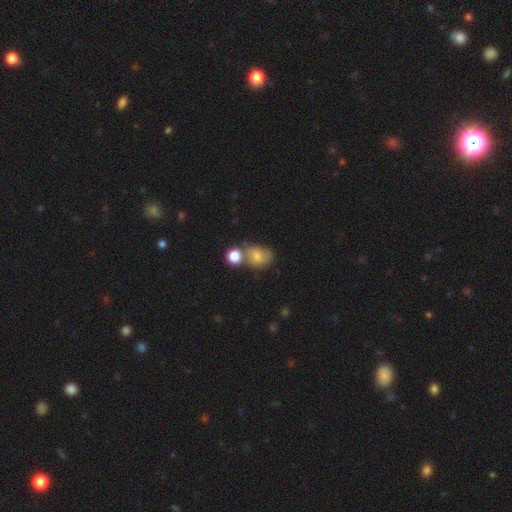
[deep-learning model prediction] The model was most divided on "how rounded": in between: 50%, round: 49%, cigar-shaped: 1%. Remaining: smooth or featured — smooth (72%); merging — none (41%).